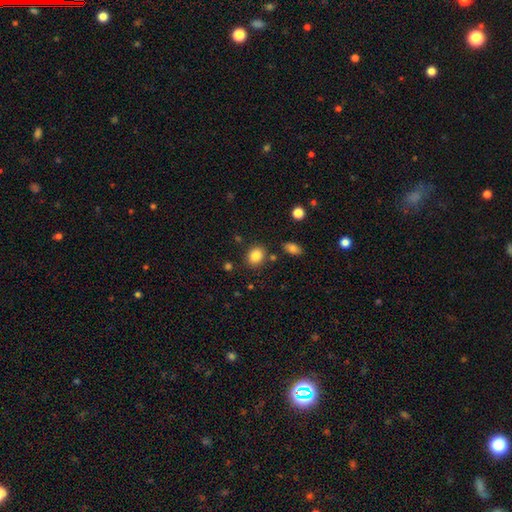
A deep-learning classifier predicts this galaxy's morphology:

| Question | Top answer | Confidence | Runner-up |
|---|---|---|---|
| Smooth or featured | smooth | 85% | star or artifact (10%) |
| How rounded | round | 57% | in between (42%) |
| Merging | none | 83% | minor disturbance (9%) |